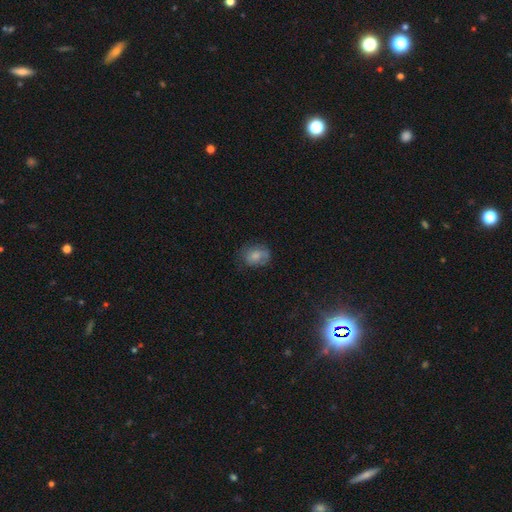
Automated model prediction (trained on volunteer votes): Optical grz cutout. It shows a smooth galaxy with no disk features (70%) that is in between round and cigar-shaped (54%). Merging: none (61%).